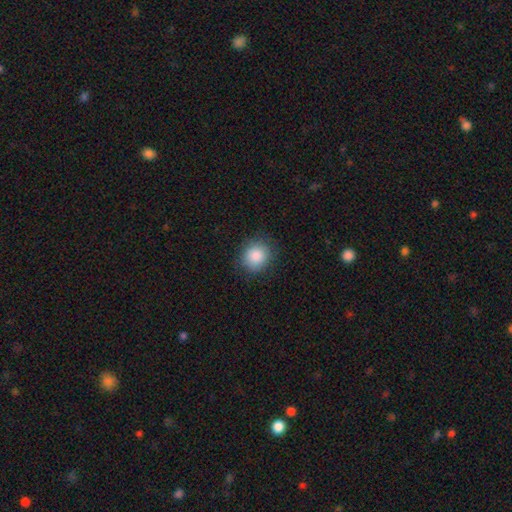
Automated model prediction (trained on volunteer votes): The model was most divided on "how rounded": round: 79%, in between: 20%, cigar-shaped: 1%. More confident: smooth or featured — smooth (87%); merging — none (86%).